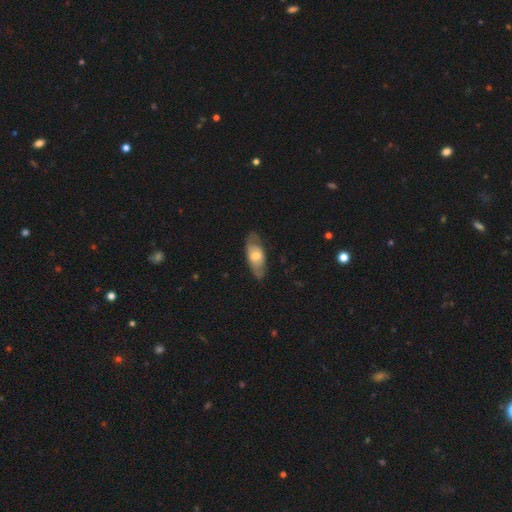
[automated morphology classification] Q: Smooth or featured?
A: smooth (58%); runner-up: featured or disk (36%)
Q: How rounded?
A: in between (80%); runner-up: cigar-shaped (17%)
Q: Merging?
A: none (71%); runner-up: minor disturbance (22%)